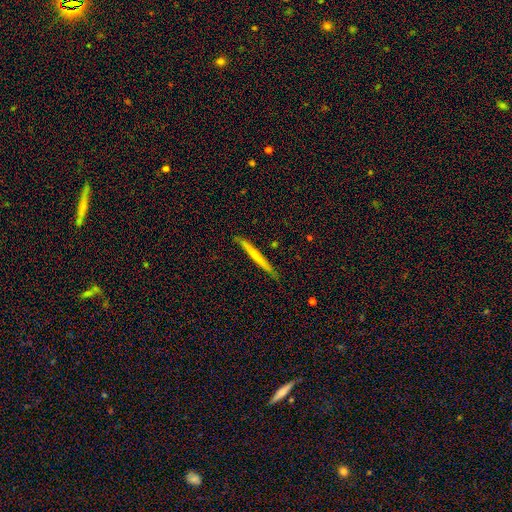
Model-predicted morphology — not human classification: This is possibly a smooth galaxy (58%). How rounded: clearly cigar-shaped (97%). Merging: clearly none (86%).